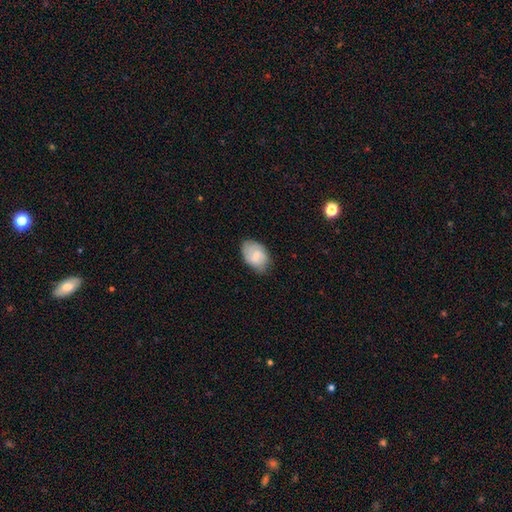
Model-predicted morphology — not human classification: Smooth or featured?
  - smooth: 66% *
  - featured or disk: 27%
  - star or artifact: 6%
How rounded?
  - in between: 85% *
  - round: 14%
  - cigar-shaped: 1%
Merging?
  - none: 68% *
  - minor disturbance: 26%
  - major disturbance: 5%
  - merger: 1%